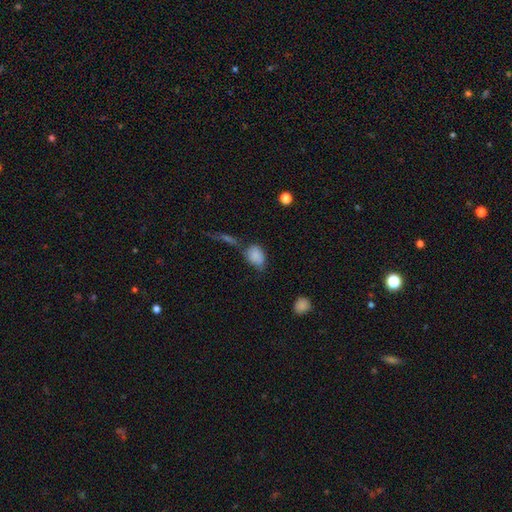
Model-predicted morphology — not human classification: Smooth or featured? Predicted: smooth (p=0.83). How rounded? Predicted: in between (p=0.70). Merging? Predicted: none (p=0.47).